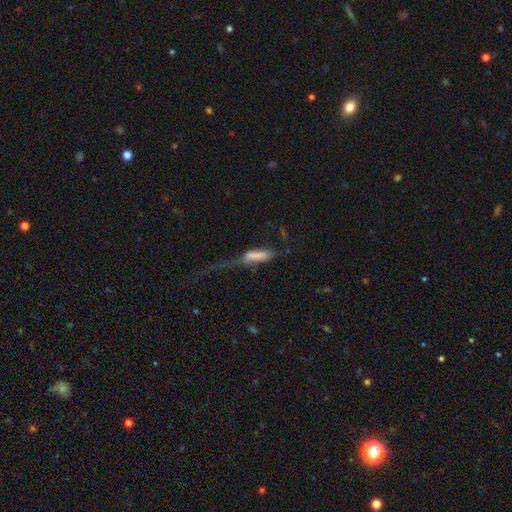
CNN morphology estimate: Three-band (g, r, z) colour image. It shows a smooth galaxy with no disk features (66%) that is cigar-shaped (52%). Merging: major disturbance (57%).